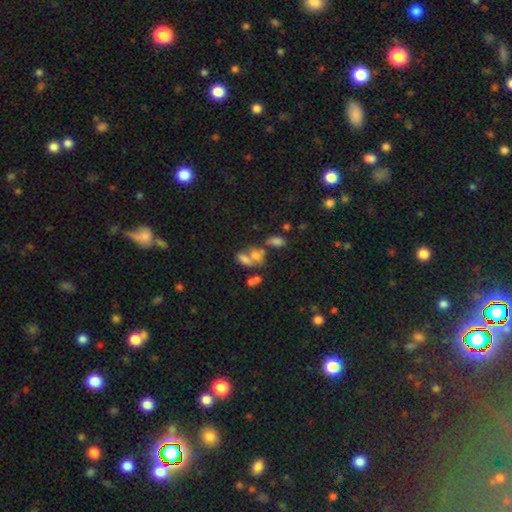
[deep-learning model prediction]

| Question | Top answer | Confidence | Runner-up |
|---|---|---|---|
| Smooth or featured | smooth | 62% | featured or disk (19%) |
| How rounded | in between | 79% | round (16%) |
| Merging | merger | 49% | none (30%) |